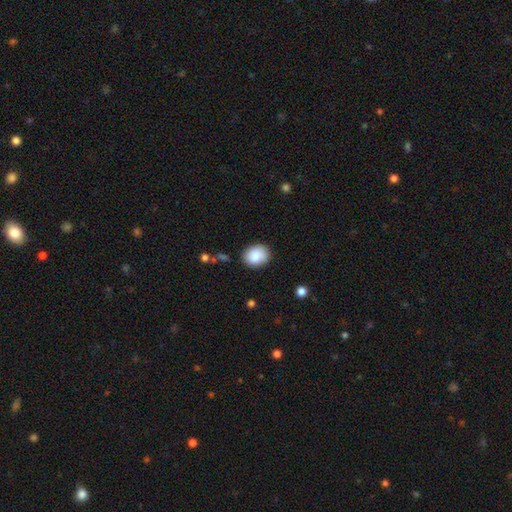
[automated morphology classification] A smooth galaxy with no disk features (88%) that is in between round and cigar-shaped (51%).

Vote fractions:
- Smooth or featured? smooth: 88% / star or artifact: 7% / featured or disk: 5%
- How rounded? in between: 51% / round: 49% / cigar-shaped: 1%
- Merging? none: 84% / minor disturbance: 12% / major disturbance: 3% / merger: 2%